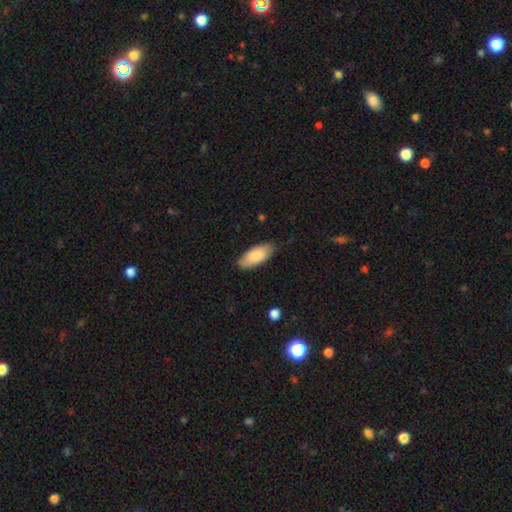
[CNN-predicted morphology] This is clearly a smooth galaxy (85%). How rounded: clearly in between (88%). Merging: likely none (80%).